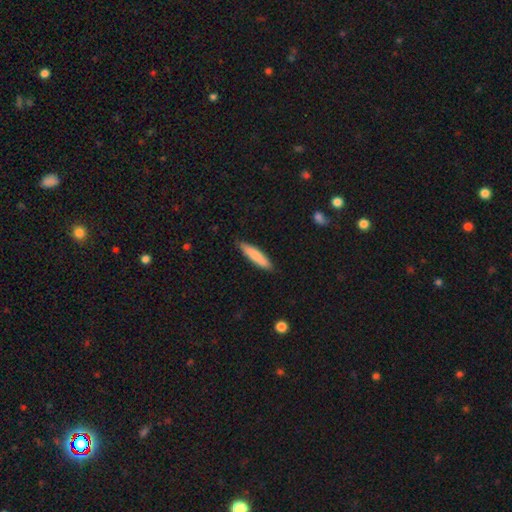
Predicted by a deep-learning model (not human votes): Q: Smooth or featured?
A: smooth (82%); runner-up: featured or disk (12%)
Q: How rounded?
A: cigar-shaped (83%); runner-up: in between (16%)
Q: Merging?
A: none (87%); runner-up: minor disturbance (10%)